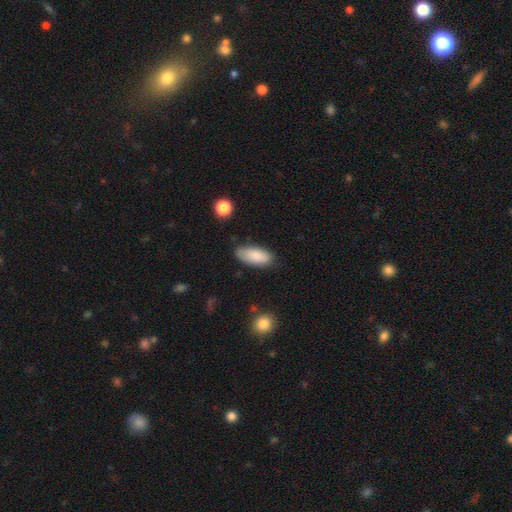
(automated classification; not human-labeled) A smooth galaxy with no disk features (85%) that is in between round and cigar-shaped (87%).

Vote fractions:
- Smooth or featured? smooth: 85% / featured or disk: 9% / star or artifact: 6%
- How rounded? in between: 87% / cigar-shaped: 11% / round: 2%
- Merging? none: 77% / minor disturbance: 17% / major disturbance: 3% / merger: 2%